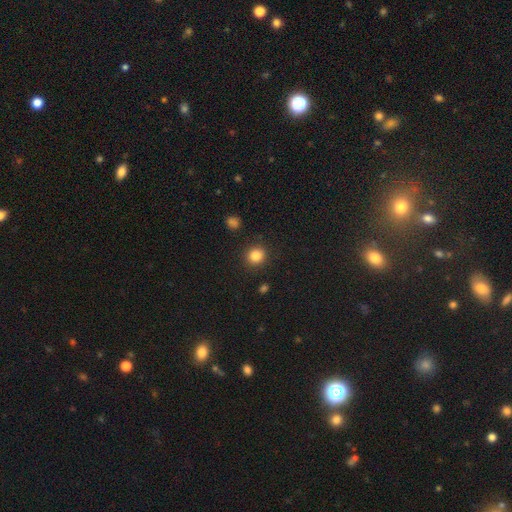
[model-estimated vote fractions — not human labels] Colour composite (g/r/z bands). It shows a smooth galaxy with no disk features (84%) that is round (86%). Merging: none (90%).